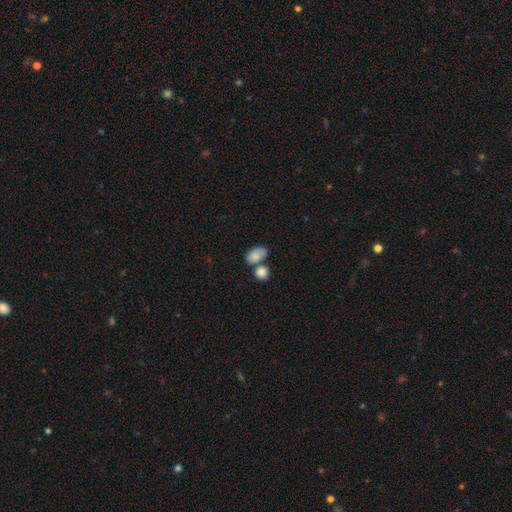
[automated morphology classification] This is clearly a smooth galaxy (83%). How rounded: clearly in between (82%). Merging: marginally none (43%).